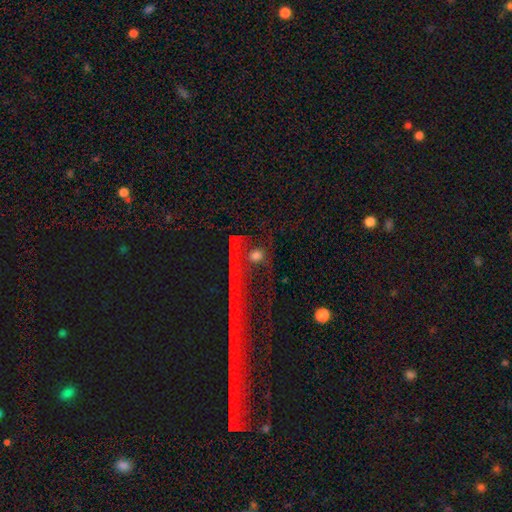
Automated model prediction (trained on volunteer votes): Smooth or featured: smooth — 35% (star or artifact — 34%)
Merging: none — 45% (major disturbance — 23%)